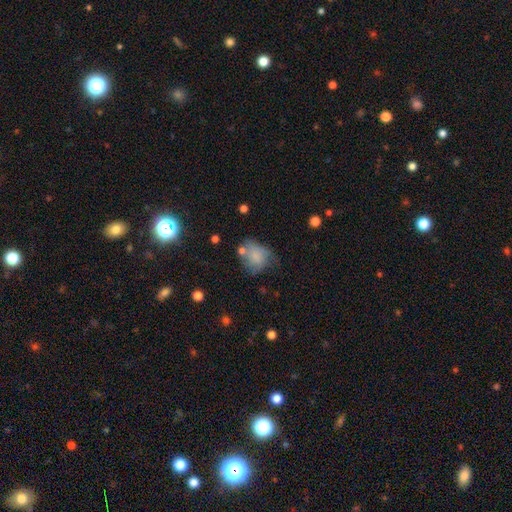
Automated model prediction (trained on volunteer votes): smooth-or-featured: smooth: 72% | featured or disk: 18% | star or artifact: 9%
  how-rounded: round: 53% | in between: 46% | cigar-shaped: 1%
  merging: none: 41% | minor disturbance: 32% | major disturbance: 19% | merger: 9%